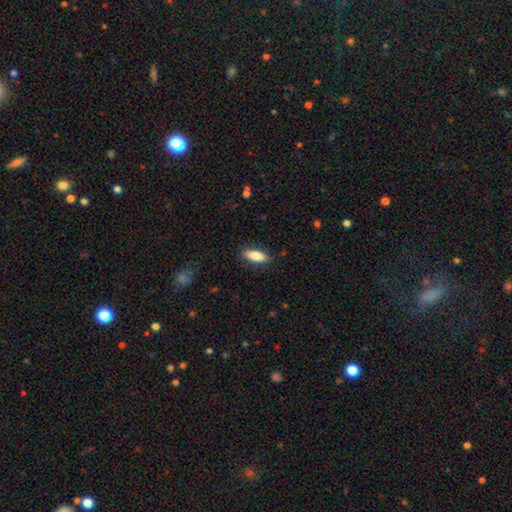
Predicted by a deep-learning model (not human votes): Morphology: type=smooth (79%); roundness=in between (78%); merging=none (84%).